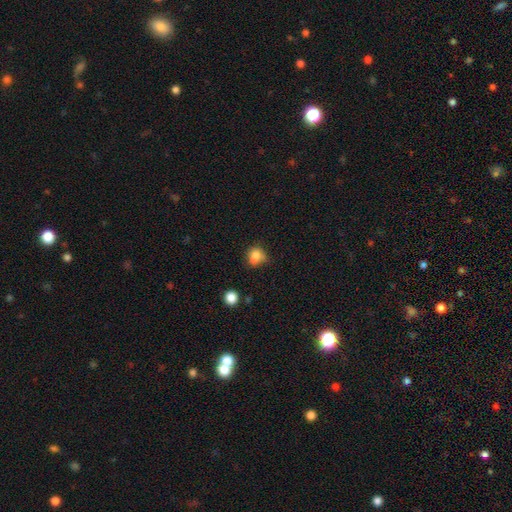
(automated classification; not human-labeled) Smooth or featured? smooth (81%)
How rounded? round (64%)
Merging? none (54%)